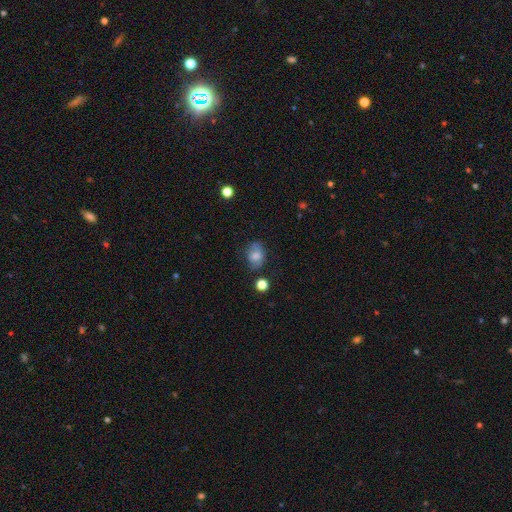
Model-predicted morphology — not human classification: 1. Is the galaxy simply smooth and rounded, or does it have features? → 75% smooth, 15% featured or disk, 10% star or artifact.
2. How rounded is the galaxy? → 68% in between, 31% round, 1% cigar-shaped.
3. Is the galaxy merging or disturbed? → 63% none, 25% minor disturbance, 8% major disturbance, 4% merger.